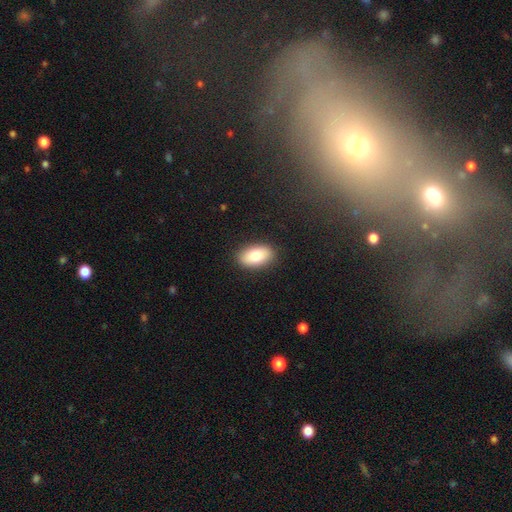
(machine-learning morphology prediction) smooth-or-featured: smooth: 84% | featured or disk: 10% | star or artifact: 7%
  how-rounded: in between: 93% | round: 5% | cigar-shaped: 2%
  merging: none: 88% | minor disturbance: 8% | major disturbance: 2% | merger: 1%